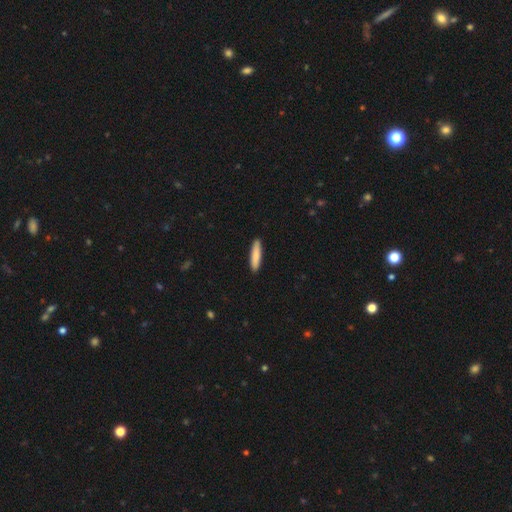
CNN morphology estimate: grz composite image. It shows a smooth galaxy with no disk features (84%) that is cigar-shaped (84%). Merging: none (91%).